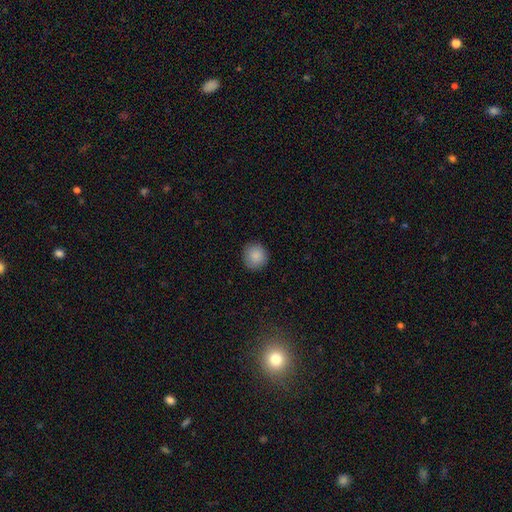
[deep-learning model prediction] This is clearly a smooth galaxy (88%). How rounded: clearly round (93%). Merging: clearly none (90%).